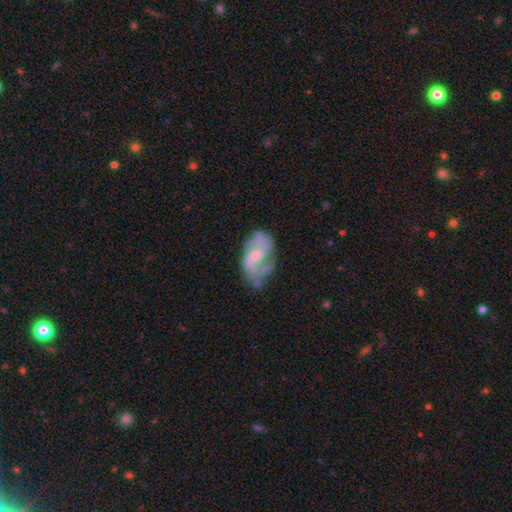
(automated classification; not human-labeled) A featured or disk galaxy (75%) with no bar (49%), 2 (62%) medium (46%) spiral arms (86%) and a small central bulge (45%). Merging: none (52%).